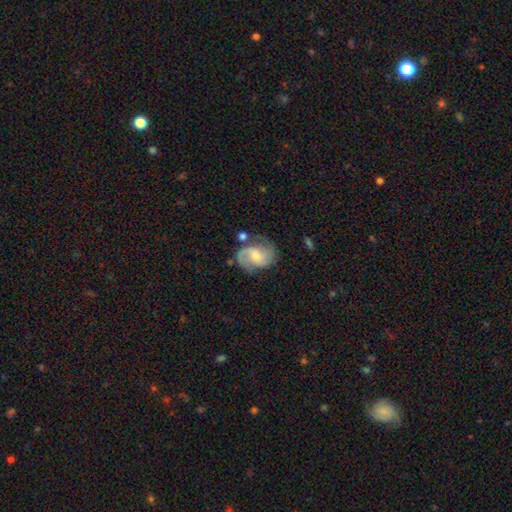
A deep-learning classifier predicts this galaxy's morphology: Smooth or featured?
  - featured or disk: 74% *
  - smooth: 20%
  - star or artifact: 7%
Edge-on disk?
  - no: 98% *
  - yes: 2%
Bar?
  - no: 47% *
  - weak: 44%
  - strong: 9%
Spiral arms?
  - yes: 93% *
  - no: 7%
Spiral winding?
  - medium: 49% *
  - loose: 32%
  - tight: 20%
Spiral arm count?
  - 2: 82% *
  - 1: 8%
  - can't tell: 7%
  - 3: 2%
  - 4: 1%
  - more than 4: 1%
Bulge size?
  - small: 42% * (tied)
  - moderate: 42% * (tied)
  - none: 8%
  - large: 6%
  - dominant: 2%
Merging?
  - none: 59% *
  - minor disturbance: 22%
  - major disturbance: 12%
  - merger: 6%